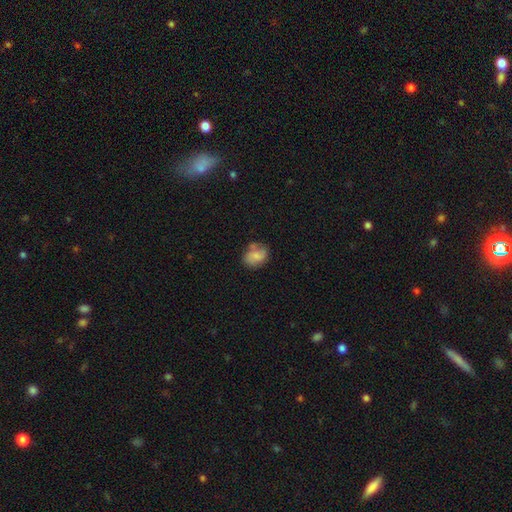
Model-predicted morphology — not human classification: smooth 60%, featured or disk 32%, star or artifact 8%. Down the decision tree: how rounded — in between (55%); merging — none (59%).